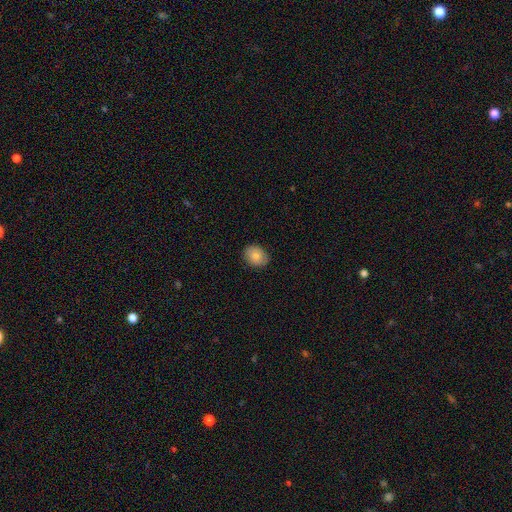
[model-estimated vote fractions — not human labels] Smooth or featured? smooth (83%)
How rounded? in between (53%)
Merging? none (85%)